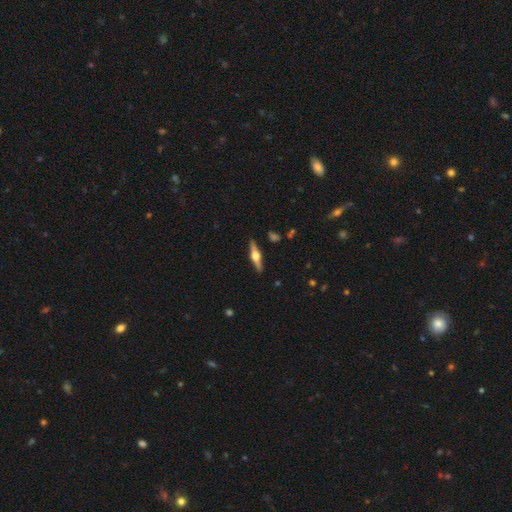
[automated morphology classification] This appears to be a featured or disk galaxy (76%) viewed edge-on (97%) with a rounded central bulge (96%). Merging: none (90%).